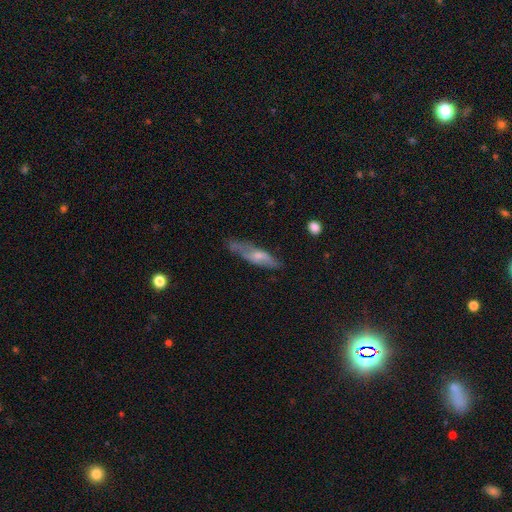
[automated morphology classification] smooth-or-featured: featured or disk: 51% | smooth: 40% | star or artifact: 9%
  disk-edge-on: yes: 50% (tied) | no: 50% (tied)
  merging: none: 63% | minor disturbance: 25% | major disturbance: 10% | merger: 2%